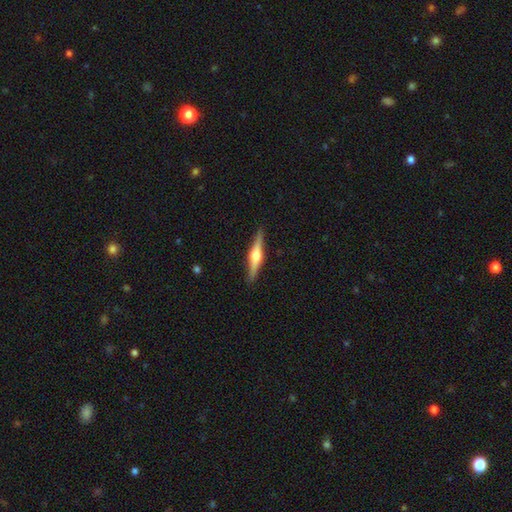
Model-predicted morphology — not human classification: The model was most divided on "smooth or featured": featured or disk: 76%, smooth: 19%, star or artifact: 5%. More confident: edge-on disk — yes (98%); edge-on bulge — rounded (92%); merging — none (91%).